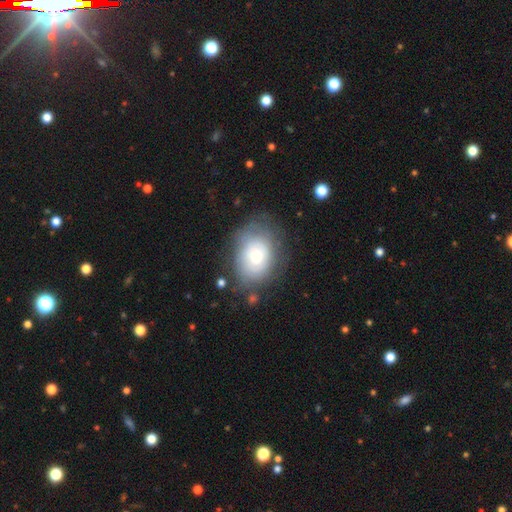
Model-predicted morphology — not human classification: A smooth galaxy with no disk features (53%) that is in between round and cigar-shaped (64%).

Vote fractions:
- Smooth or featured? smooth: 53% / featured or disk: 39% / star or artifact: 8%
- How rounded? in between: 64% / round: 35% / cigar-shaped: 1%
- Merging? none: 63% / minor disturbance: 23% / major disturbance: 11% / merger: 3%